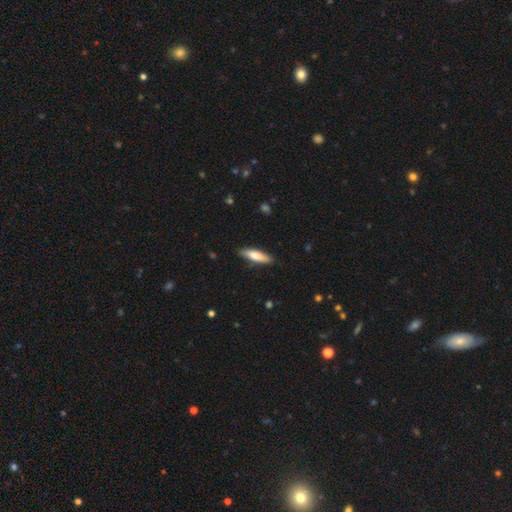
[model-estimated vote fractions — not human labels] smooth 71%, featured or disk 24%, star or artifact 5%. Down the decision tree: how rounded — cigar-shaped (65%); merging — none (86%).